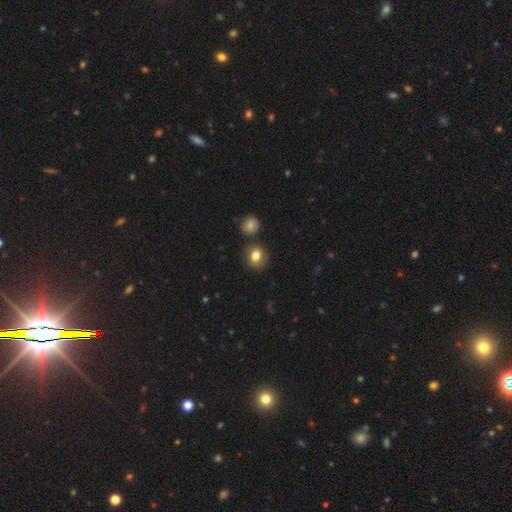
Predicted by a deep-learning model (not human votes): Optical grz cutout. It shows a smooth galaxy with no disk features (82%) that is round (74%). Merging: none (82%).